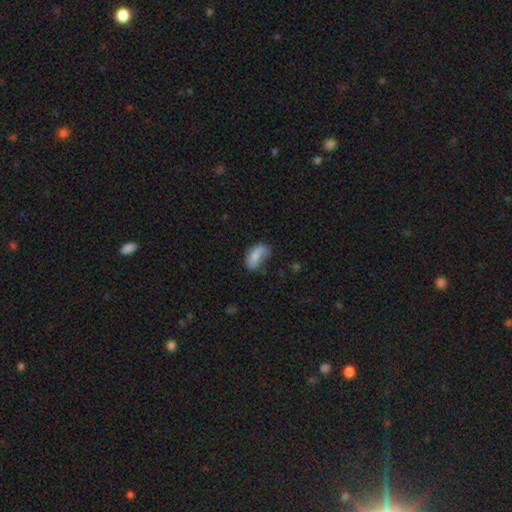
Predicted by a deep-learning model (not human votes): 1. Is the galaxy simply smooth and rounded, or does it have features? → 65% smooth, 27% featured or disk, 8% star or artifact.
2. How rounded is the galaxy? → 89% in between, 7% round, 3% cigar-shaped.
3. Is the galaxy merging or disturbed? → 44% none, 33% minor disturbance, 19% major disturbance, 4% merger.